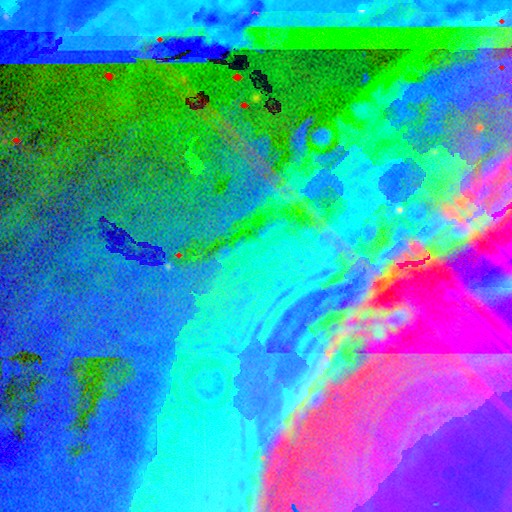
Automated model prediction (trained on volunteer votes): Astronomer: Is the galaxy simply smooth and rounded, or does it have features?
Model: star or artifact — 85%.